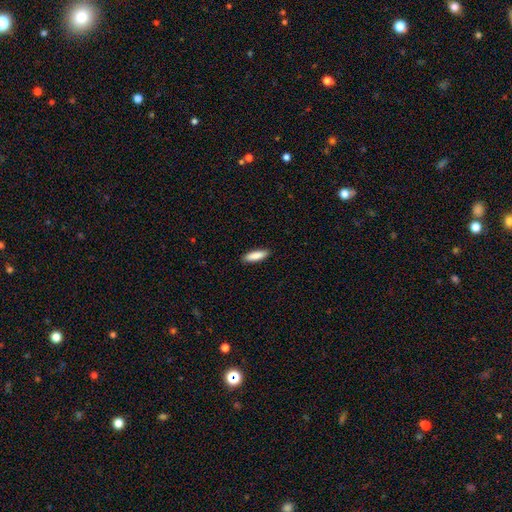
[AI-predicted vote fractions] Morphology: type=smooth (88%); roundness=cigar-shaped (54%); merging=none (90%).